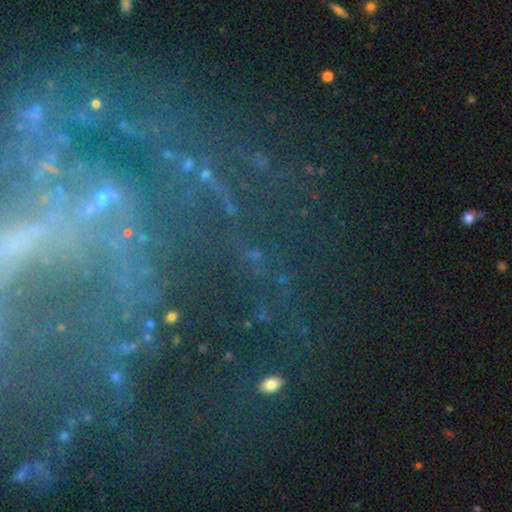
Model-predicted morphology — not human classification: Smooth or featured? Predicted: star or artifact (p=0.67).